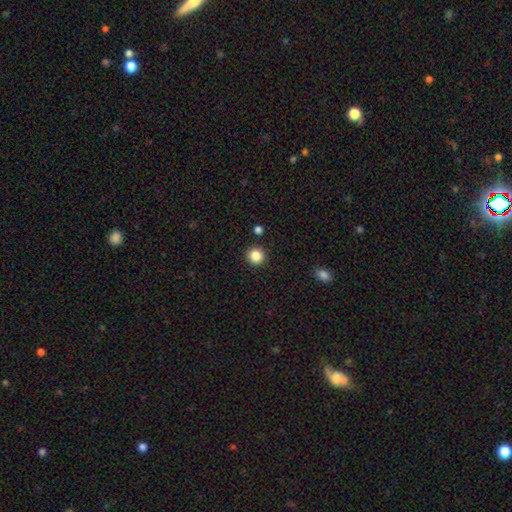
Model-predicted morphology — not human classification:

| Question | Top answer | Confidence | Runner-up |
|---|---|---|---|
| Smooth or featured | smooth | 86% | star or artifact (10%) |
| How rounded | round | 95% | in between (4%) |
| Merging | none | 92% | minor disturbance (5%) |